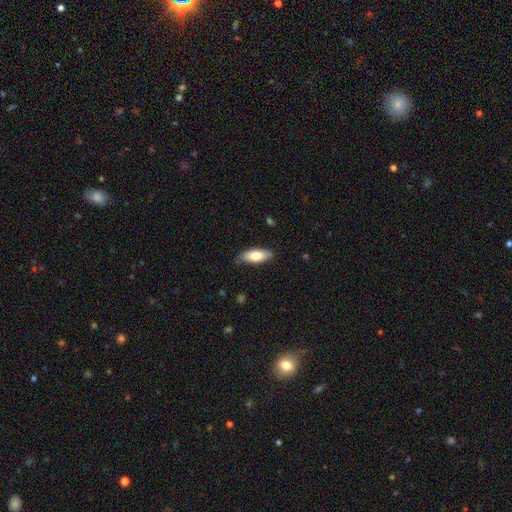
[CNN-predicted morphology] This is likely a smooth galaxy (78%). How rounded: clearly in between (80%). Merging: likely none (70%).